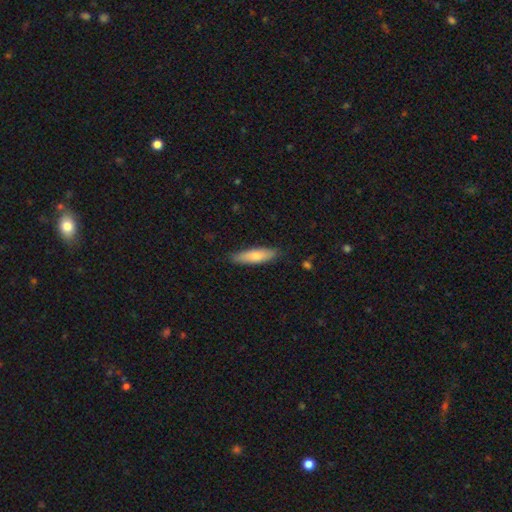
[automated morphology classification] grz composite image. It shows a smooth galaxy with no disk features (73%) that is cigar-shaped (60%). Merging: none (83%).